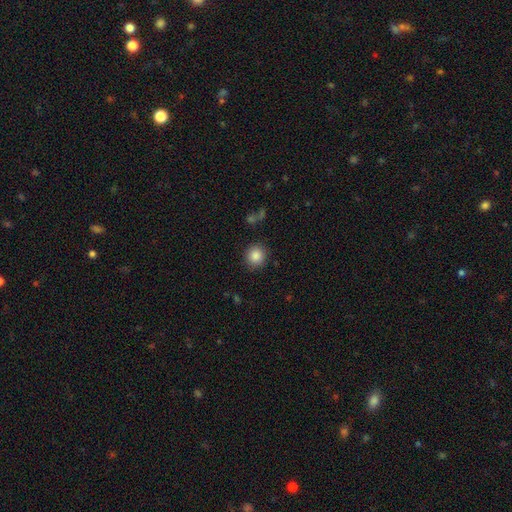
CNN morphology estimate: type=smooth (86%); roundness=round (90%); merging=none (89%).